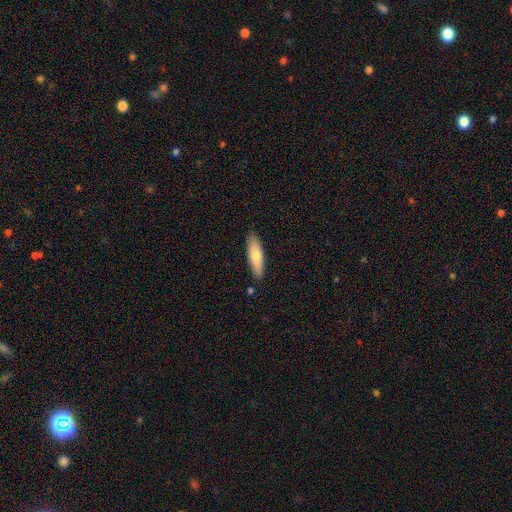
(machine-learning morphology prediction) Smooth or featured: smooth — 71% (featured or disk — 23%)
How rounded: cigar-shaped — 60% (in between — 38%)
Merging: none — 87% (minor disturbance — 9%)